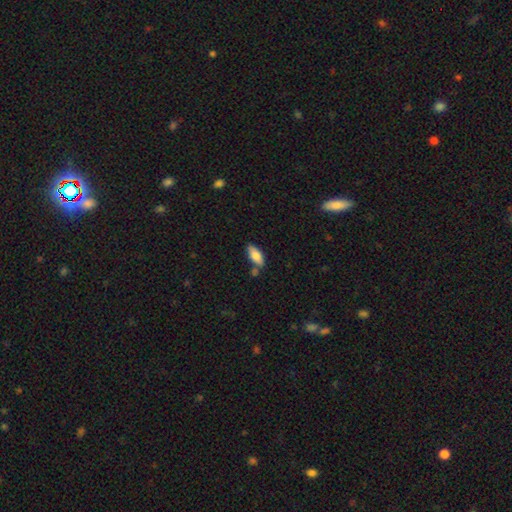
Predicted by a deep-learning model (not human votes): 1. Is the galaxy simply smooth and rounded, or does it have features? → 80% smooth, 14% featured or disk, 6% star or artifact.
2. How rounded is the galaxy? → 83% in between, 15% cigar-shaped, 2% round.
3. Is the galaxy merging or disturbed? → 69% none, 17% minor disturbance, 11% merger, 4% major disturbance.